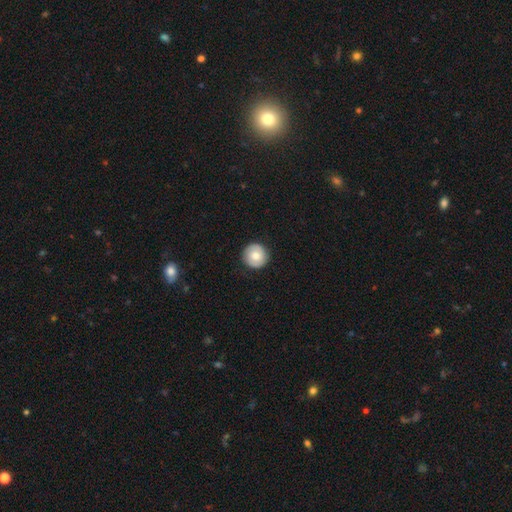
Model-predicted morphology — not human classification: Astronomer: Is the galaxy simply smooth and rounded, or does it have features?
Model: smooth — 68%.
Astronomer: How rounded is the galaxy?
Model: round — 95%.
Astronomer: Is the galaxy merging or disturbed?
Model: none — 89%.